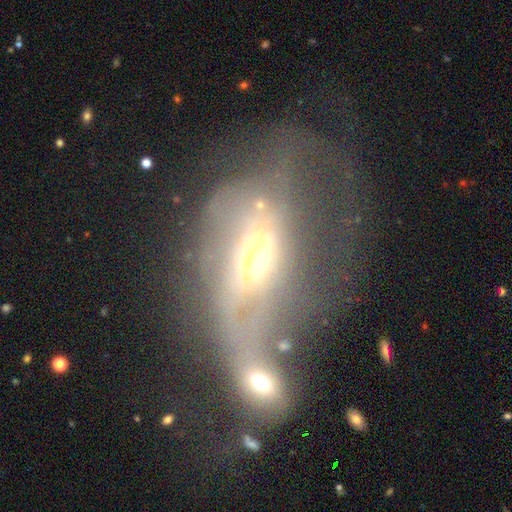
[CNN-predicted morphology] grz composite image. It shows a featured or disk galaxy (59%) with no bar (67%), no spiral arms (63%) and a moderate central bulge (62%). Merging: merger (54%).